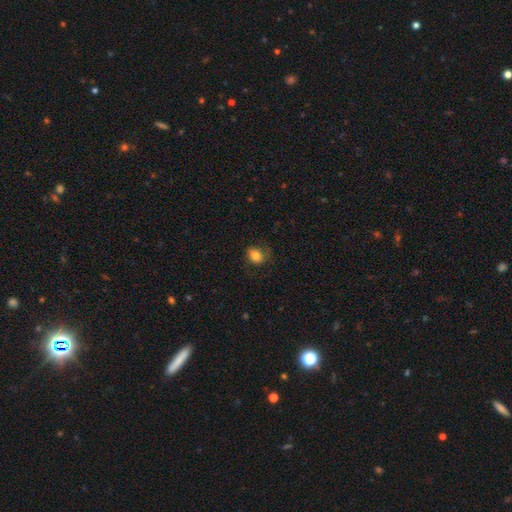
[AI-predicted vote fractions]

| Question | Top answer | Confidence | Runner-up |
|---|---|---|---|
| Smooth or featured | smooth | 80% | star or artifact (10%) |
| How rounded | in between | 61% | round (37%) |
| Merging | none | 68% | minor disturbance (21%) |